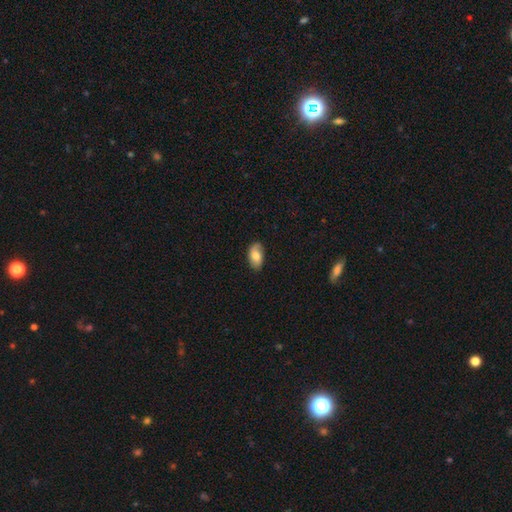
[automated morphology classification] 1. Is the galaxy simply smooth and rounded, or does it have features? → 72% smooth, 21% featured or disk, 7% star or artifact.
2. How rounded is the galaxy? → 93% in between, 5% round, 2% cigar-shaped.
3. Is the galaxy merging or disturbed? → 77% none, 18% minor disturbance, 3% major disturbance, 1% merger.